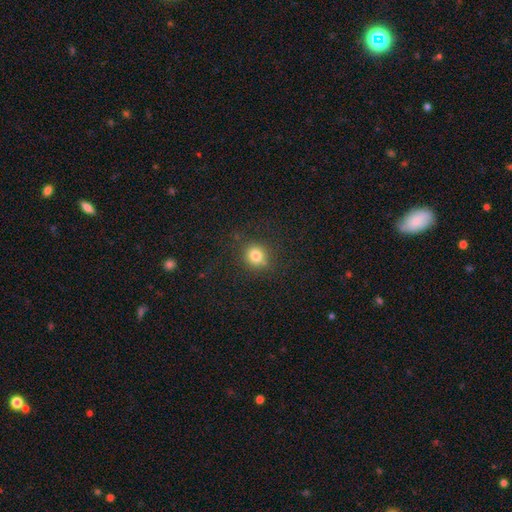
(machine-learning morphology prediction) Smooth or featured? smooth (81%)
How rounded? round (86%)
Merging? none (83%)